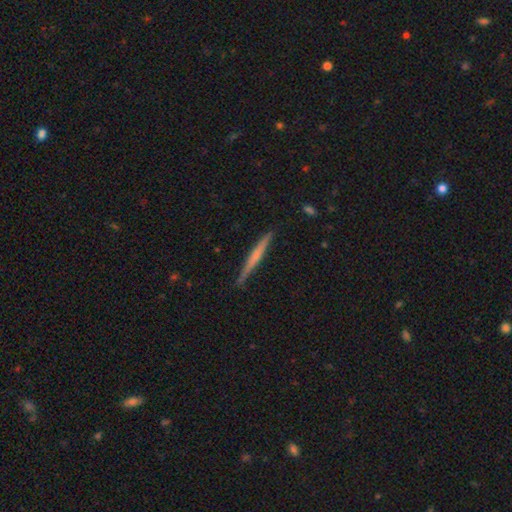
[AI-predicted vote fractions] featured or disk 51%, smooth 44%, star or artifact 5%. Down the decision tree: edge-on disk — yes (98%); merging — none (90%).